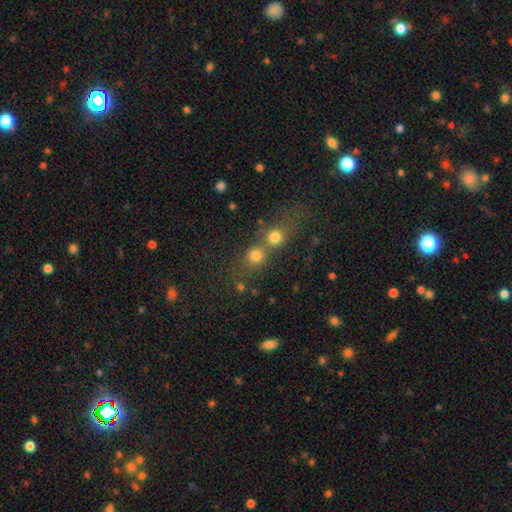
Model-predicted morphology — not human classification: Smooth or featured? Predicted: smooth (p=0.77). How rounded? Predicted: round (p=0.84). Merging? Predicted: merger (p=0.48).